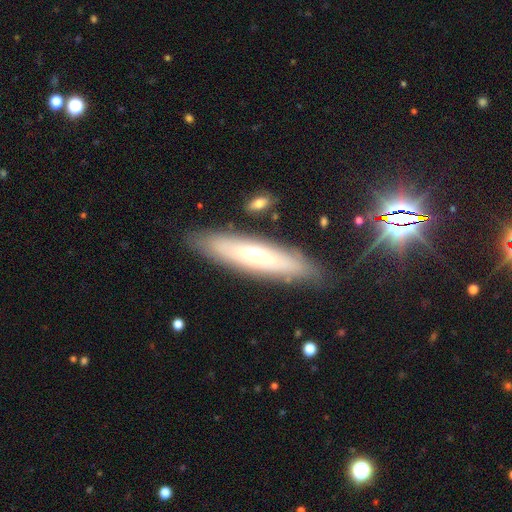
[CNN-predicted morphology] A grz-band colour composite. It shows a featured or disk galaxy (47%). Merging: none (83%).